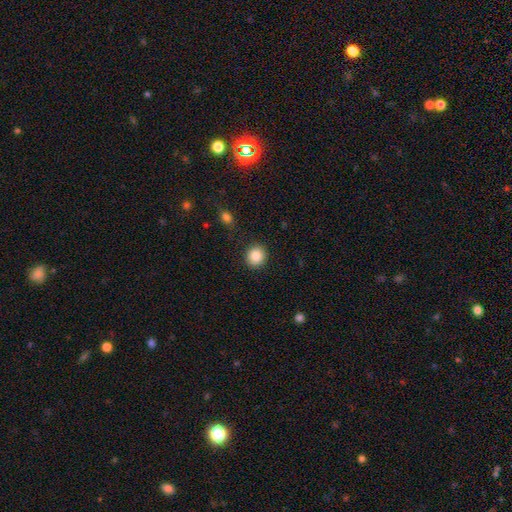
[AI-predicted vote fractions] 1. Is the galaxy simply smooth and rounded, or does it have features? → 87% smooth, 9% star or artifact, 4% featured or disk.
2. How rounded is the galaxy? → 88% round, 11% in between, 1% cigar-shaped.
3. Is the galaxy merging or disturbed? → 90% none, 6% minor disturbance, 2% major disturbance, 1% merger.